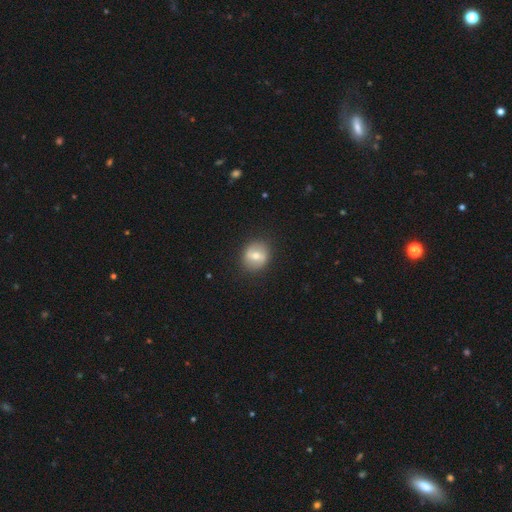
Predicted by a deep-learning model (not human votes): smooth 54%, featured or disk 38%, star or artifact 8%. Down the decision tree: how rounded — round (82%); merging — none (87%).